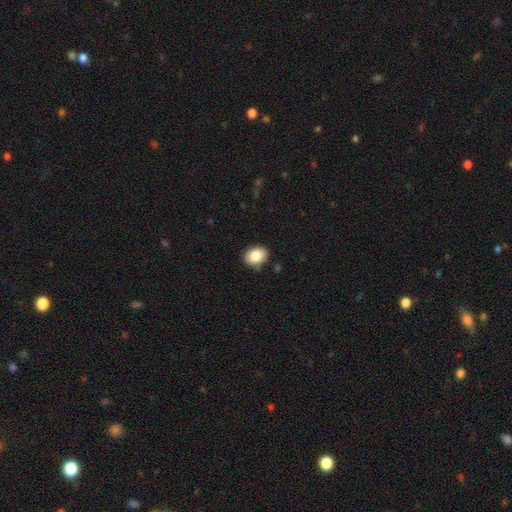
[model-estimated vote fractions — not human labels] smooth 84%, star or artifact 8%, featured or disk 8%. Down the decision tree: how rounded — in between (62%); merging — none (83%).